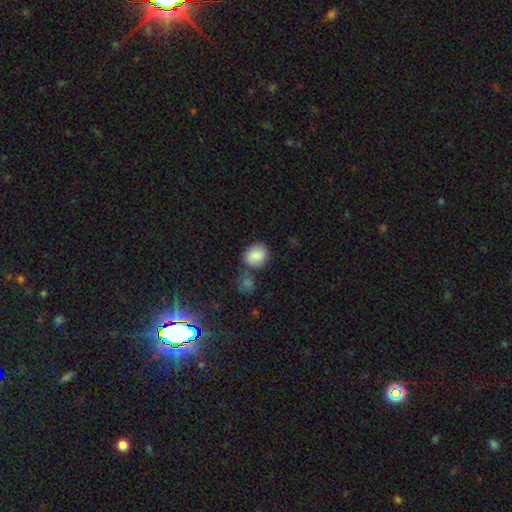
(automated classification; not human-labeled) This is clearly a smooth galaxy (83%). How rounded: likely round (61%). Merging: likely none (61%).